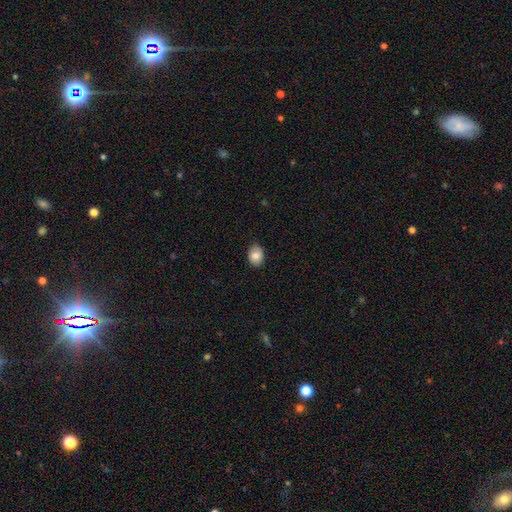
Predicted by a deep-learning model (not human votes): This is clearly a smooth galaxy (83%). How rounded: likely in between (68%). Merging: clearly none (85%).